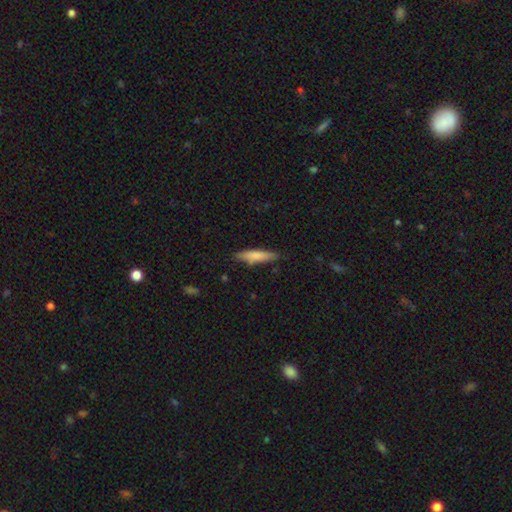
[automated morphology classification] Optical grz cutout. It shows a smooth galaxy with no disk features (76%) that is cigar-shaped (82%). Merging: none (81%).